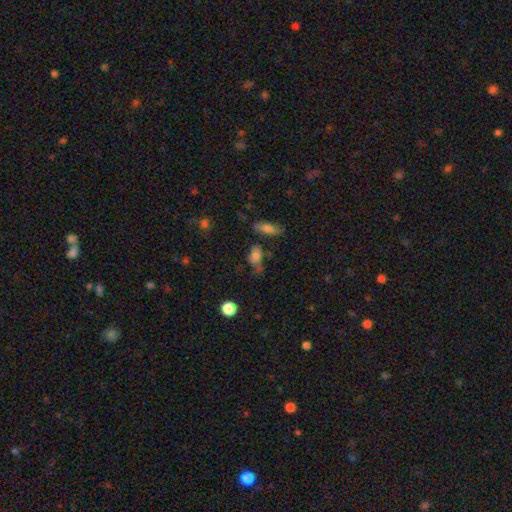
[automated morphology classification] The model was most divided on "merging": none: 46%, minor disturbance: 26%, major disturbance: 15%, merger: 13%. More confident: how rounded — in between (73%); smooth or featured — smooth (71%).